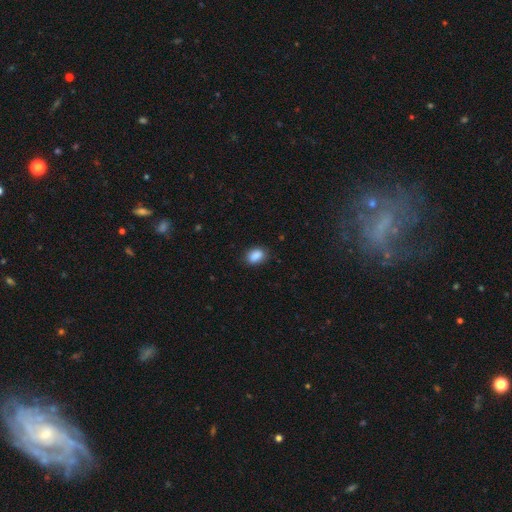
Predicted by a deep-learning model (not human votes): Morphology: type=smooth (88%); roundness=in between (81%); merging=none (81%).